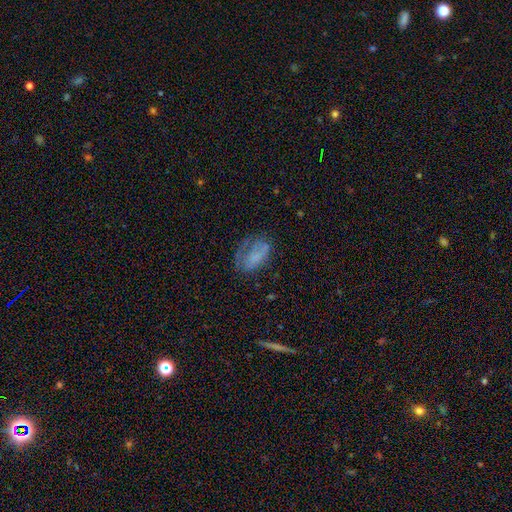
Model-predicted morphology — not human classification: type=smooth (56%); roundness=in between (88%); merging=none (43%).